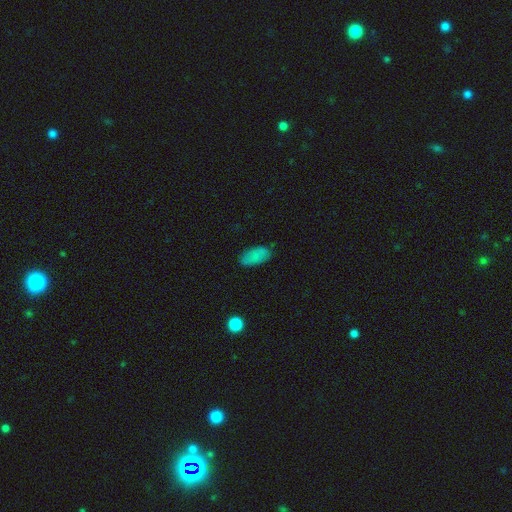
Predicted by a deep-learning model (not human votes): smooth 82%, star or artifact 9%, featured or disk 8%. Down the decision tree: how rounded — in between (92%); merging — none (78%).